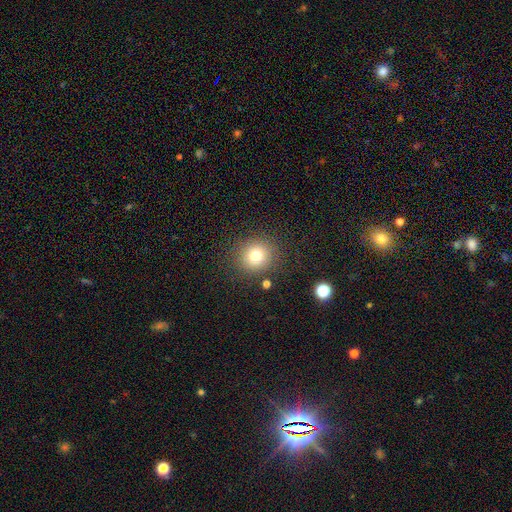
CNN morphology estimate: A smooth galaxy with no disk features (76%) that is round (88%).

Vote fractions:
- Smooth or featured? smooth: 76% / star or artifact: 14% / featured or disk: 10%
- How rounded? round: 88% / in between: 11% / cigar-shaped: 1%
- Merging? none: 86% / minor disturbance: 8% / major disturbance: 4% / merger: 2%